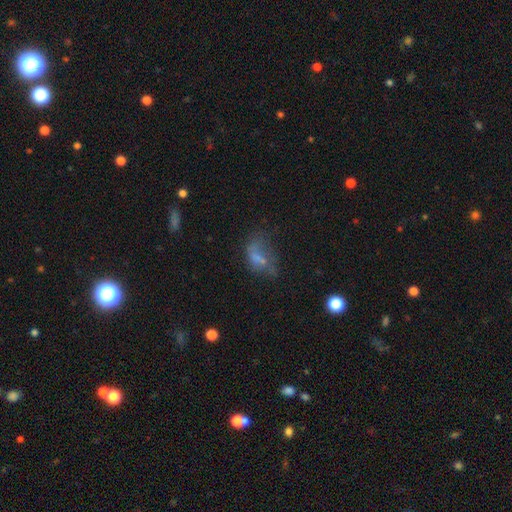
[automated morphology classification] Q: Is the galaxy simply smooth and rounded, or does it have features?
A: smooth — 48%.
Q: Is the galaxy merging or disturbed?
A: none — 35%.